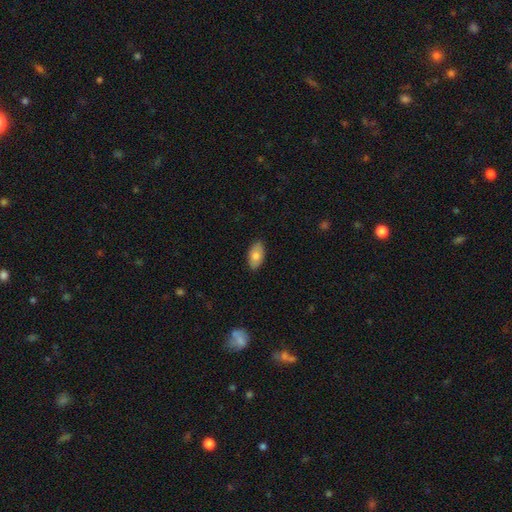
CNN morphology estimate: A smooth galaxy with no disk features (78%) that is in between round and cigar-shaped (94%).

Vote fractions:
- Smooth or featured? smooth: 78% / featured or disk: 16% / star or artifact: 6%
- How rounded? in between: 94% / round: 4% / cigar-shaped: 3%
- Merging? none: 87% / minor disturbance: 10% / major disturbance: 2% / merger: 1%